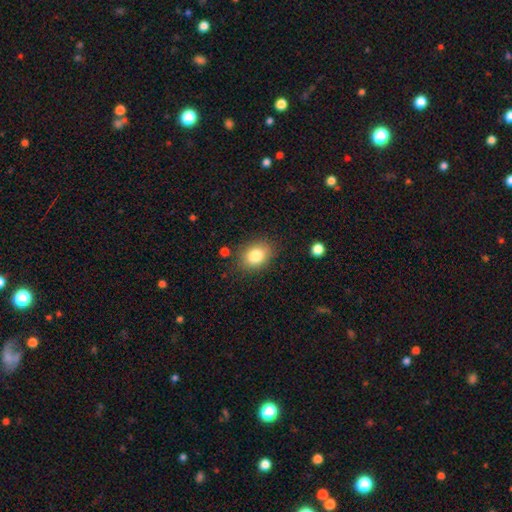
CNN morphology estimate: Q: Smooth or featured?
A: smooth (83%); runner-up: star or artifact (9%)
Q: How rounded?
A: in between (62%); runner-up: round (37%)
Q: Merging?
A: none (82%); runner-up: minor disturbance (12%)